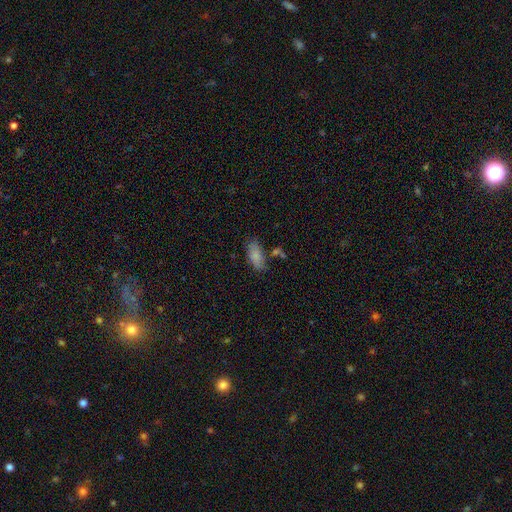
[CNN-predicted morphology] Smooth or featured? Predicted: smooth (p=0.82). How rounded? Predicted: in between (p=0.87). Merging? Predicted: none (p=0.64).